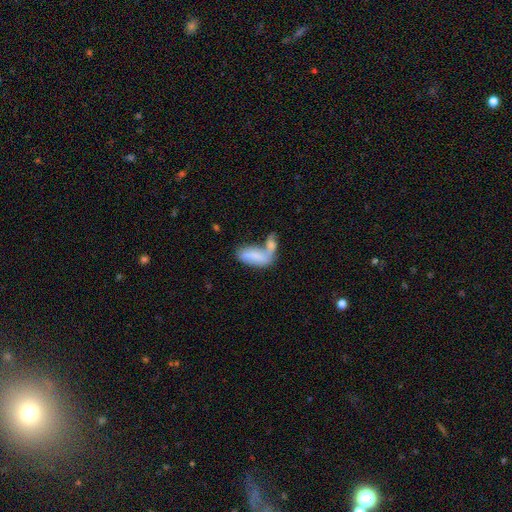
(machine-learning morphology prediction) smooth 67%, featured or disk 25%, star or artifact 8%. Down the decision tree: how rounded — in between (82%); merging — merger (62%).